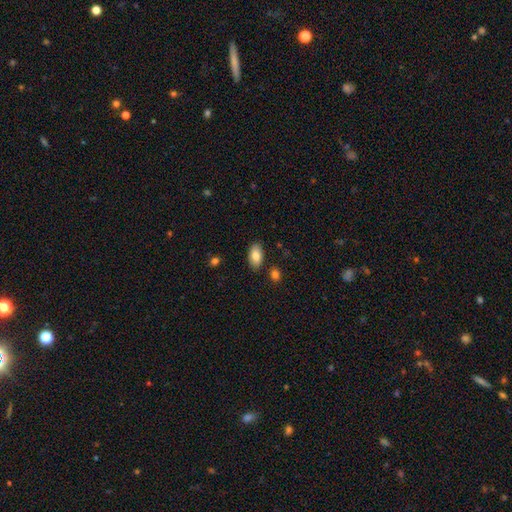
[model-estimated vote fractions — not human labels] A smooth galaxy with no disk features (84%) that is in between round and cigar-shaped (94%).

Vote fractions:
- Smooth or featured? smooth: 84% / featured or disk: 10% / star or artifact: 7%
- How rounded? in between: 94% / round: 4% / cigar-shaped: 2%
- Merging? none: 85% / minor disturbance: 10% / merger: 2% / major disturbance: 2%